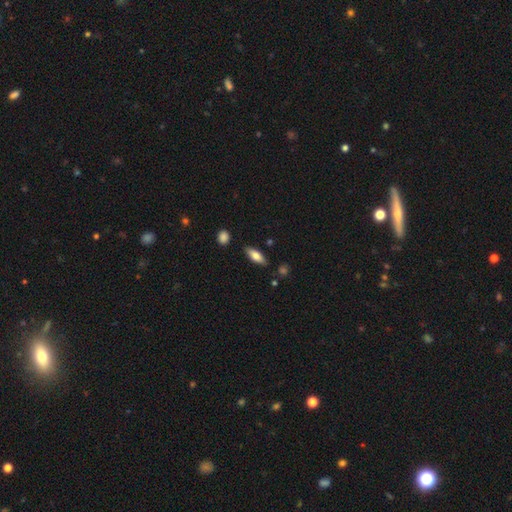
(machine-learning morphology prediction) Overall: smooth (70%). How rounded: in between (66%; cigar-shaped 31%). Merging: none (84%).